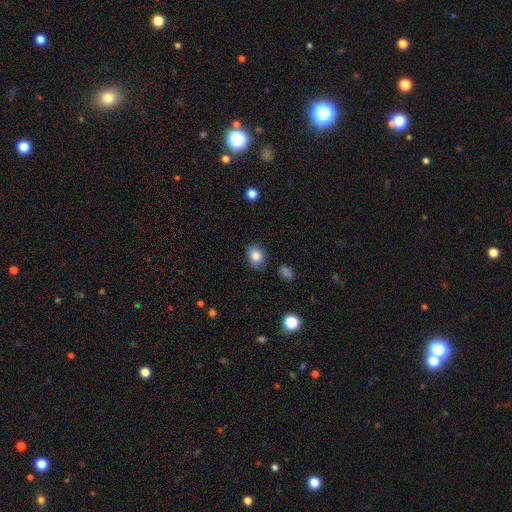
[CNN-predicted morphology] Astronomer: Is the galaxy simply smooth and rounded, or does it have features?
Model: smooth — 83%.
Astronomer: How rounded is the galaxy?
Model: in between — 58% (runner-up: round, 41%).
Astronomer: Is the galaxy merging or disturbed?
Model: none — 83%.